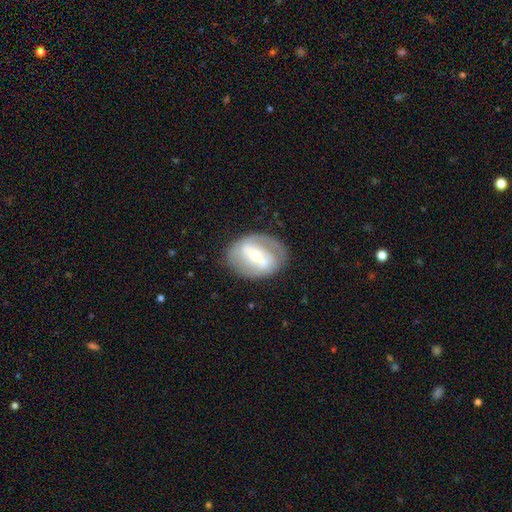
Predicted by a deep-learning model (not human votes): smooth_or_featured: featured or disk (p=0.74) [alt: smooth p=0.20]
disk_edge_on: no (p=0.95) [alt: yes p=0.05]
bar: strong (p=0.50) [alt: weak p=0.33]
has_spiral_arms: yes (p=0.71) [alt: no p=0.29]
bulge_size: moderate (p=0.53) [alt: small p=0.40]
merging: none (p=0.76) [alt: minor disturbance p=0.15]